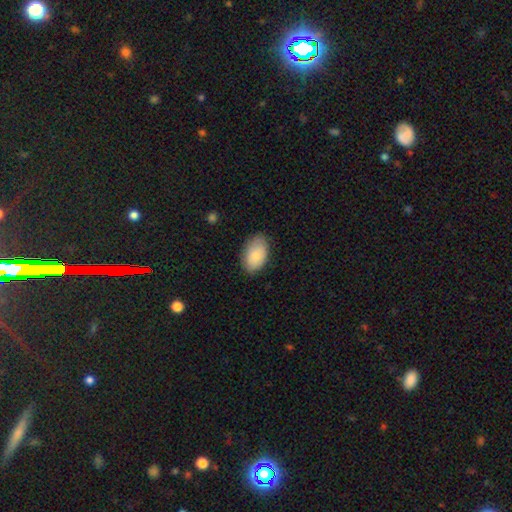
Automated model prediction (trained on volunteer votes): This appears to be a smooth galaxy with no disk features (77%) that is in between round and cigar-shaped (91%). Merging: none (77%).